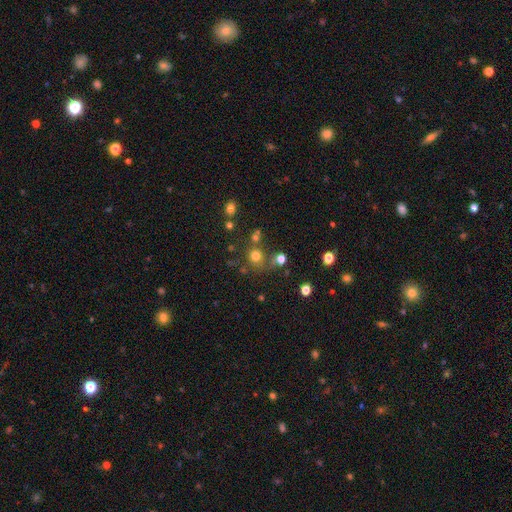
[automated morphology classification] Smooth or featured? Predicted: smooth (p=0.71). How rounded? Predicted: round (p=0.88). Merging? Predicted: none (p=0.66).